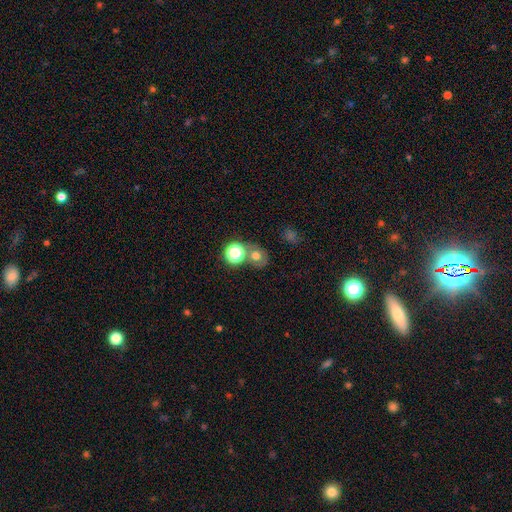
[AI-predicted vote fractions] This is likely a smooth galaxy (62%). How rounded: likely round (71%). Merging: possibly none (55%).